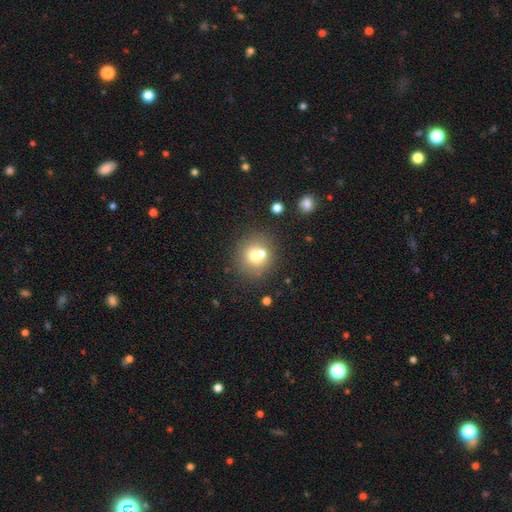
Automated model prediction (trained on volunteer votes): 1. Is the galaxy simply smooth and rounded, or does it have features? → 66% smooth, 20% featured or disk, 14% star or artifact.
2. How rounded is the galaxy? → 86% round, 13% in between, 1% cigar-shaped.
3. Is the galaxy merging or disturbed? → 55% none, 32% merger, 9% minor disturbance, 4% major disturbance.